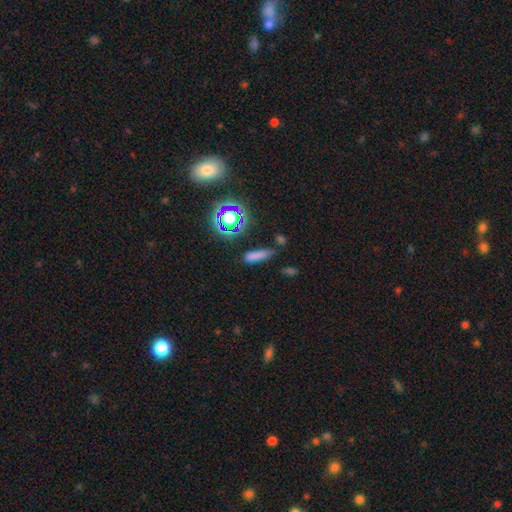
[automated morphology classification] Smooth or featured?
  - smooth: 73% *
  - star or artifact: 17%
  - featured or disk: 10%
How rounded?
  - cigar-shaped: 66% *
  - in between: 29%
  - round: 5%
Merging?
  - none: 74% *
  - minor disturbance: 16%
  - major disturbance: 5%
  - merger: 5%